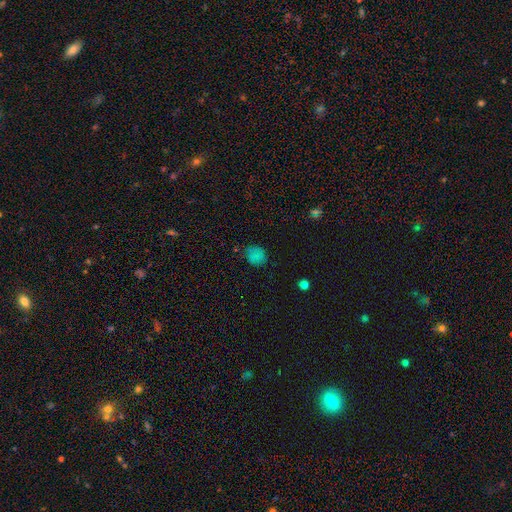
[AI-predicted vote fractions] The model was most divided on "smooth or featured": smooth: 65%, star or artifact: 27%, featured or disk: 8%. More confident: how rounded — round (76%); merging — none (73%).